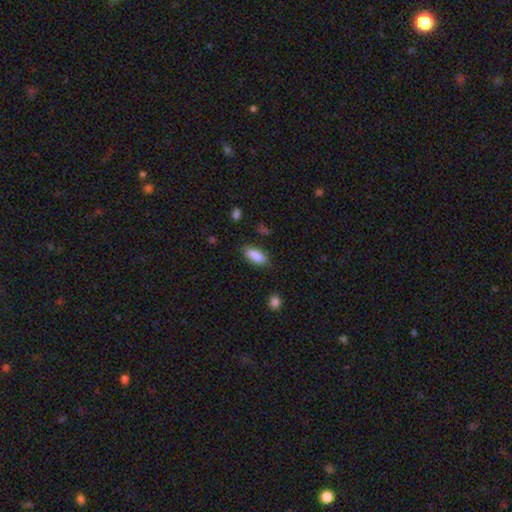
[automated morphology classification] Smooth or featured: smooth — 88% (star or artifact — 7%)
How rounded: in between — 81% (cigar-shaped — 16%)
Merging: none — 81% (minor disturbance — 14%)